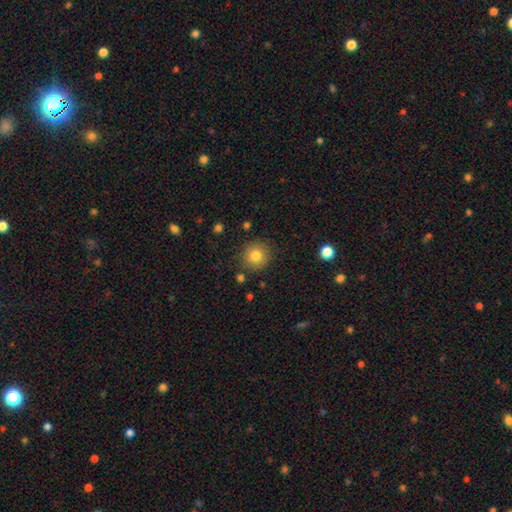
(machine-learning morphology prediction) type=smooth (80%); roundness=round (92%); merging=none (87%).